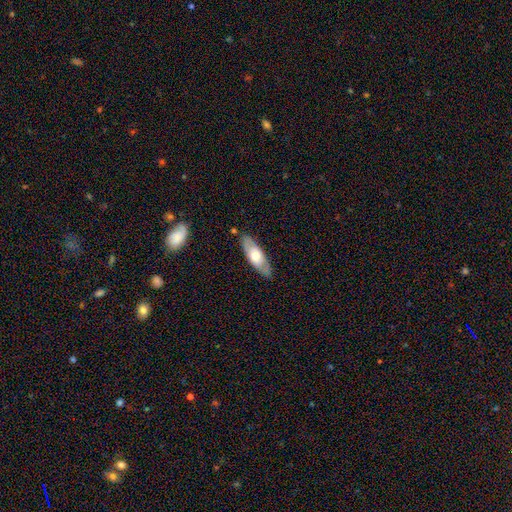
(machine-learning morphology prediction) The model was most divided on "smooth or featured": smooth: 52%, featured or disk: 43%, star or artifact: 5%. More confident: merging — none (83%); how rounded — in between (69%).